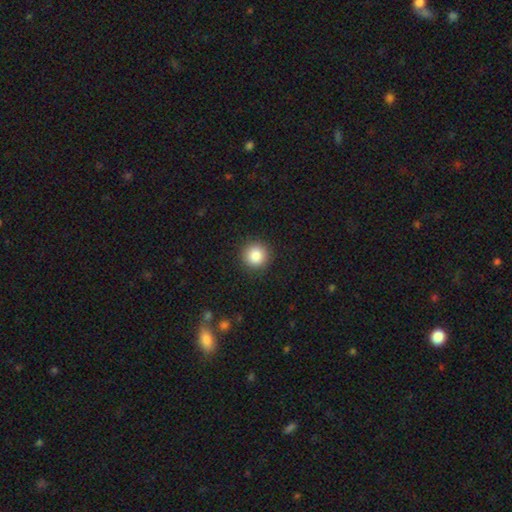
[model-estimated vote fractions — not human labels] Smooth or featured?
  - smooth: 86% *
  - star or artifact: 9%
  - featured or disk: 5%
How rounded?
  - round: 95% *
  - in between: 4%
  - cigar-shaped: 1%
Merging?
  - none: 91% *
  - minor disturbance: 6%
  - major disturbance: 2%
  - merger: 1%